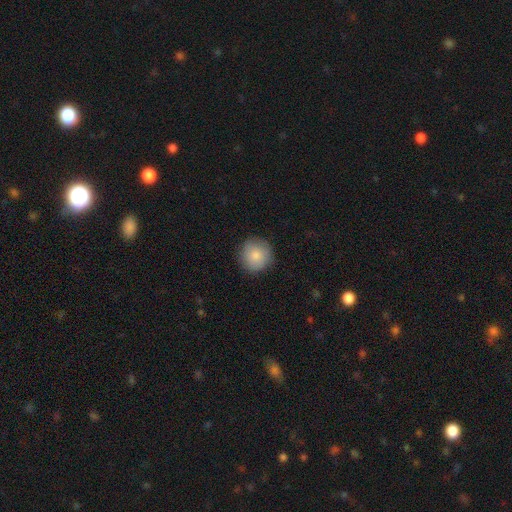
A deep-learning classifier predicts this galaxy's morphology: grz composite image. It shows a smooth galaxy with no disk features (83%) that is round (94%). Merging: none (86%).